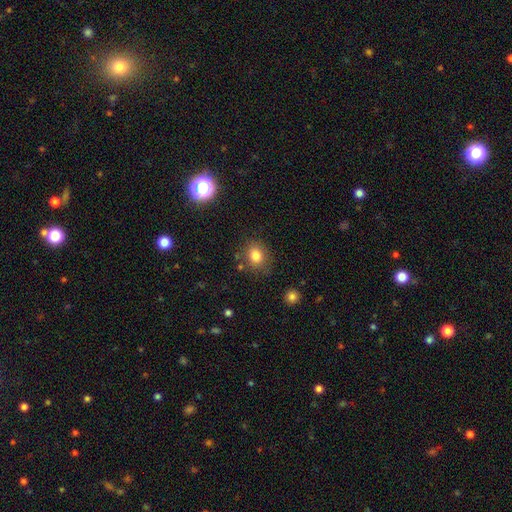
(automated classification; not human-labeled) Q: Smooth or featured?
A: smooth (82%); runner-up: star or artifact (11%)
Q: How rounded?
A: round (64%); runner-up: in between (35%)
Q: Merging?
A: none (80%); runner-up: minor disturbance (12%)